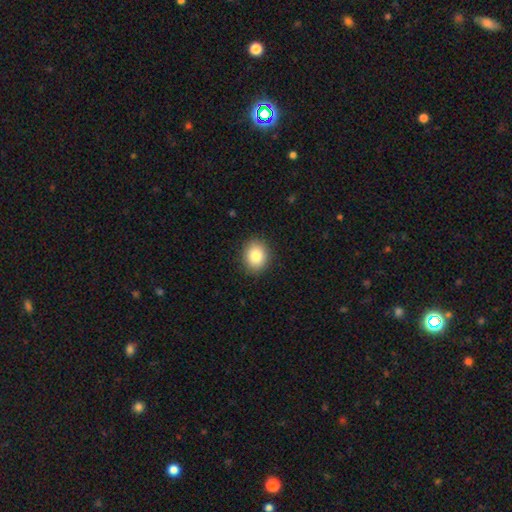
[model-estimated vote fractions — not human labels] Smooth or featured?
  - smooth: 84% *
  - star or artifact: 9%
  - featured or disk: 8%
How rounded?
  - round: 61% *
  - in between: 38%
  - cigar-shaped: 1%
Merging?
  - none: 89% *
  - minor disturbance: 8%
  - major disturbance: 2%
  - merger: 1%